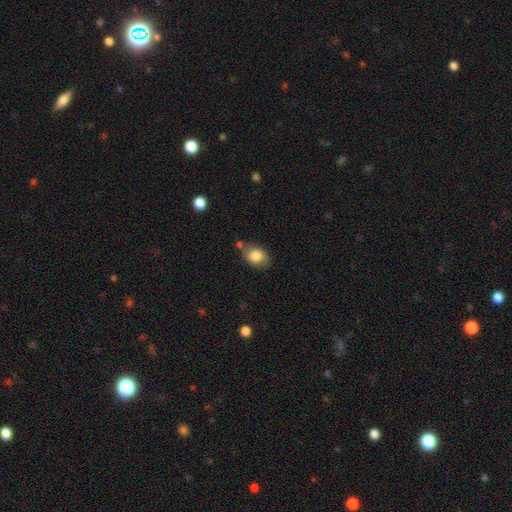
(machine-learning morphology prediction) Q: Smooth or featured?
A: smooth (82%); runner-up: featured or disk (10%)
Q: How rounded?
A: in between (73%); runner-up: round (26%)
Q: Merging?
A: none (63%); runner-up: minor disturbance (21%)